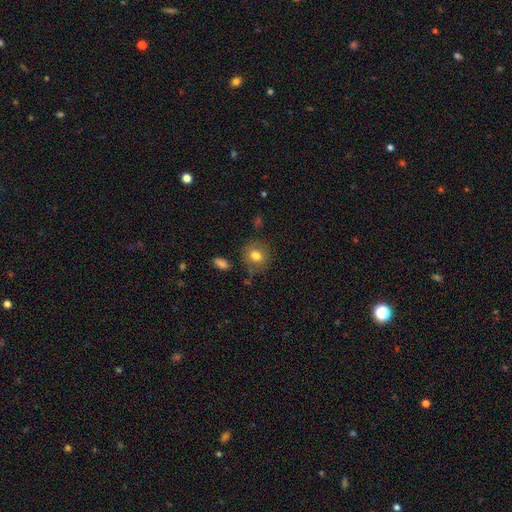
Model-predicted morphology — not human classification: Smooth or featured: smooth — 78% (featured or disk — 13%)
How rounded: round — 78% (in between — 21%)
Merging: none — 79% (minor disturbance — 14%)